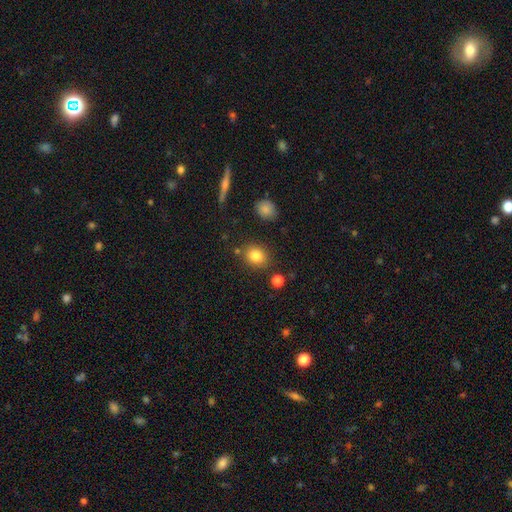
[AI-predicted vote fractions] Smooth or featured: smooth — 82% (star or artifact — 11%)
How rounded: round — 61% (in between — 38%)
Merging: none — 81% (minor disturbance — 10%)